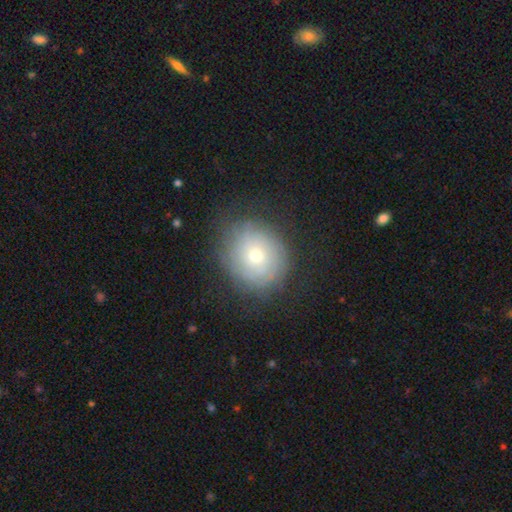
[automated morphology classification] A smooth galaxy with no disk features (45%).

Vote fractions:
- Smooth or featured? smooth: 45% / featured or disk: 44% / star or artifact: 11%
- Merging? none: 75% / minor disturbance: 16% / major disturbance: 8% / merger: 1%